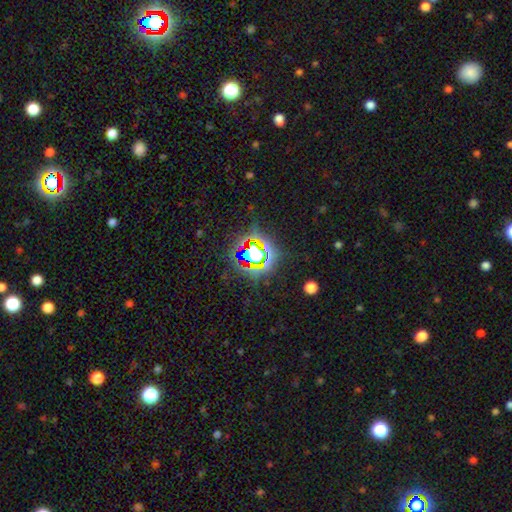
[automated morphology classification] A star or artifact, not a galaxy (68%).

Vote fractions:
- Smooth or featured? star or artifact: 68% / smooth: 18% / featured or disk: 13%